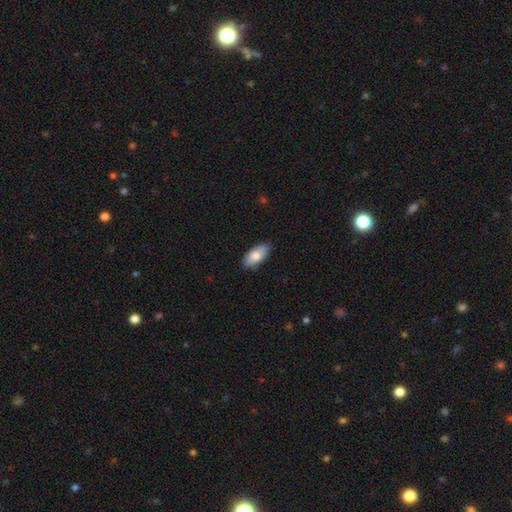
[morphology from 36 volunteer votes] Q: Smooth or featured?
A: smooth (86%); runner-up: featured or disk (11%)
Q: How rounded?
A: in between (100%)
Q: Merging?
A: none (74%); runner-up: minor disturbance (23%)